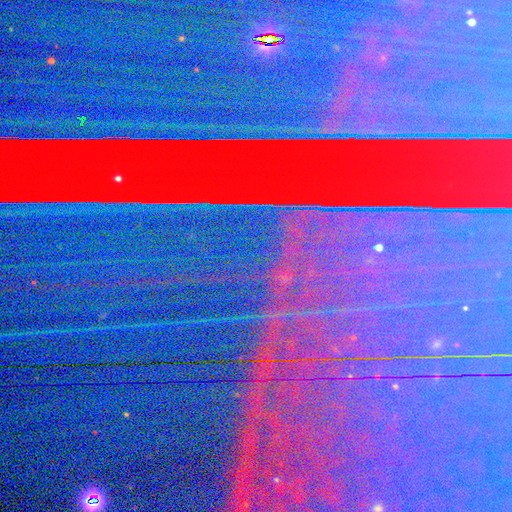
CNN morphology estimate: This appears to be a star or artifact, not a galaxy (87%).